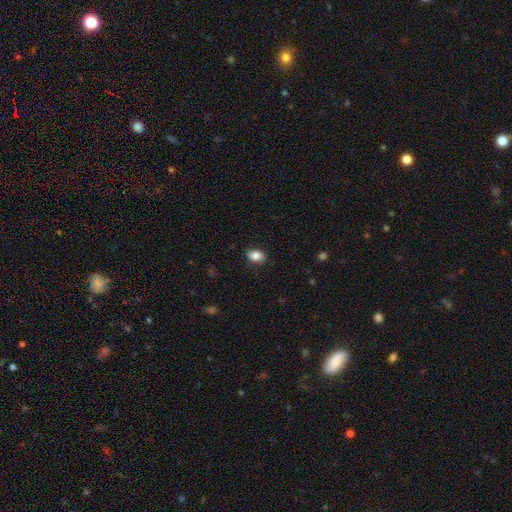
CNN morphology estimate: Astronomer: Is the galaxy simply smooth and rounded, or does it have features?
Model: smooth — 85%.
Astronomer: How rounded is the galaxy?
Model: in between — 78%.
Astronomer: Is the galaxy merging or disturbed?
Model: none — 87%.